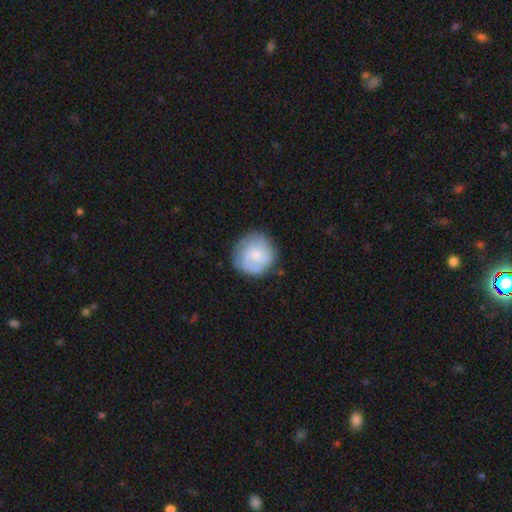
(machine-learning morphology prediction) This is possibly a smooth galaxy (58%). How rounded: clearly round (92%). Merging: likely none (72%).